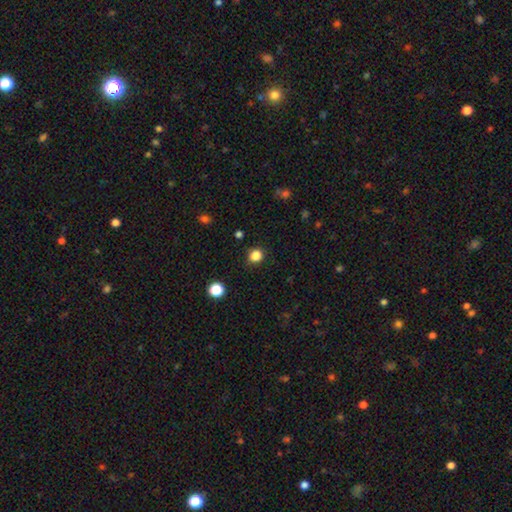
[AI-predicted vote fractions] Smooth or featured?
  - smooth: 84% *
  - star or artifact: 13%
  - featured or disk: 3%
How rounded?
  - round: 84% *
  - in between: 15%
  - cigar-shaped: 1%
Merging?
  - none: 86% *
  - minor disturbance: 9%
  - major disturbance: 3%
  - merger: 2%